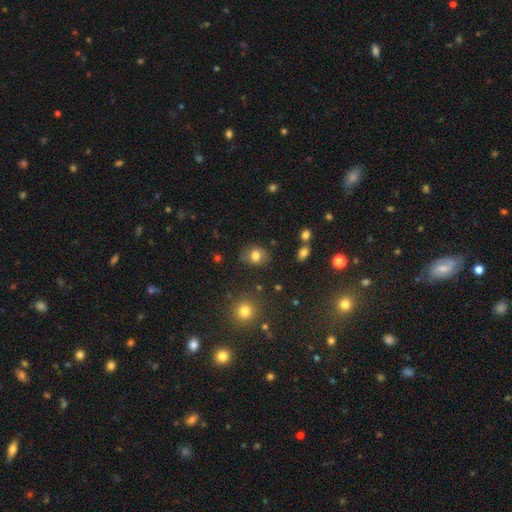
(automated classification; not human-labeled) This is likely a smooth galaxy (79%). How rounded: likely round (66%). Merging: likely none (79%).